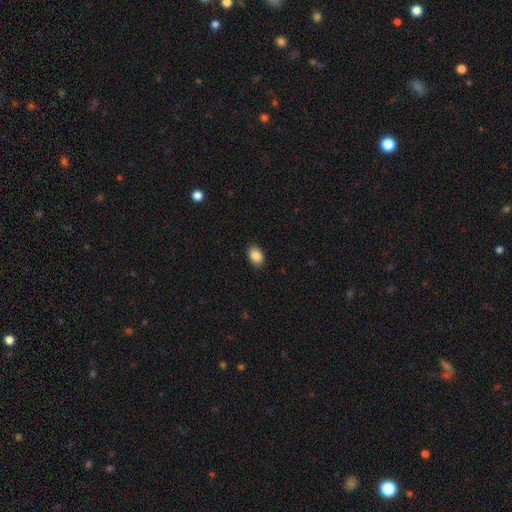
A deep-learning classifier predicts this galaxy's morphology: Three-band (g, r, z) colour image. It shows a smooth galaxy with no disk features (88%) that is in between round and cigar-shaped (87%). Merging: none (88%).